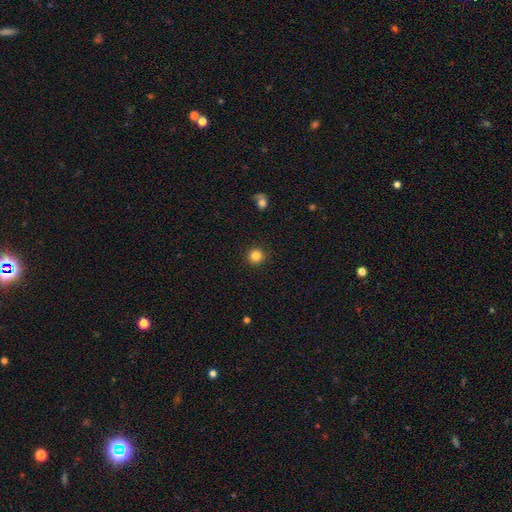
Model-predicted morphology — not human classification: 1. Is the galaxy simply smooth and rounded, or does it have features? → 84% smooth, 12% star or artifact, 4% featured or disk.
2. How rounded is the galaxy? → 94% round, 5% in between, 1% cigar-shaped.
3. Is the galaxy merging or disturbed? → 91% none, 5% minor disturbance, 2% major disturbance, 1% merger.